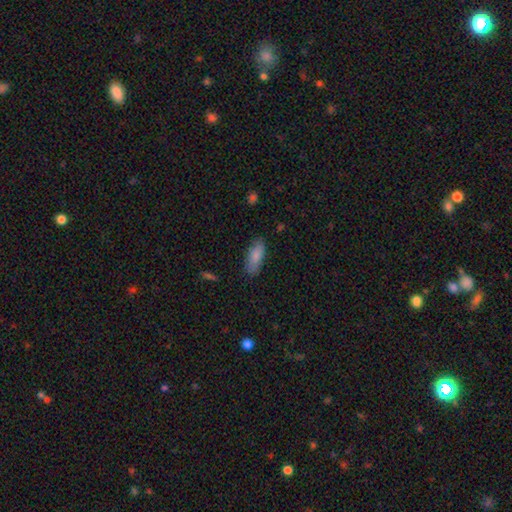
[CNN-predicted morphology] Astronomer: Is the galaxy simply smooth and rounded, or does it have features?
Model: smooth — 85%.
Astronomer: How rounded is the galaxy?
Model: in between — 78%.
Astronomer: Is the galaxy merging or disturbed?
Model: none — 80%.